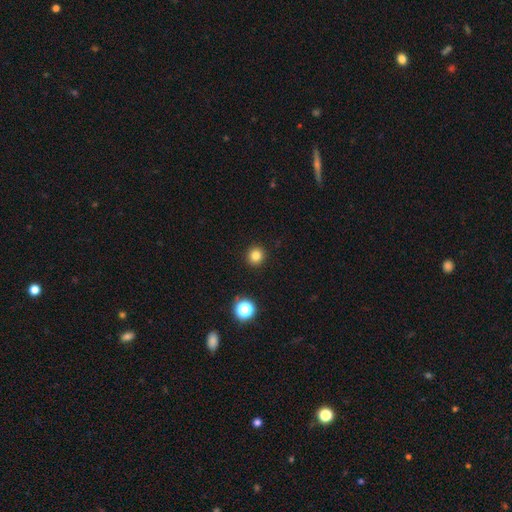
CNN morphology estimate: Smooth or featured? smooth (82%)
How rounded? round (93%)
Merging? none (93%)